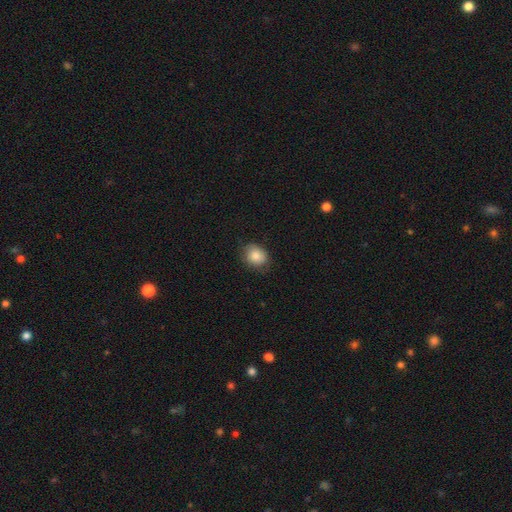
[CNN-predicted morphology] Q: Smooth or featured?
A: smooth (81%); runner-up: featured or disk (10%)
Q: How rounded?
A: round (55%); runner-up: in between (44%)
Q: Merging?
A: none (76%); runner-up: minor disturbance (19%)